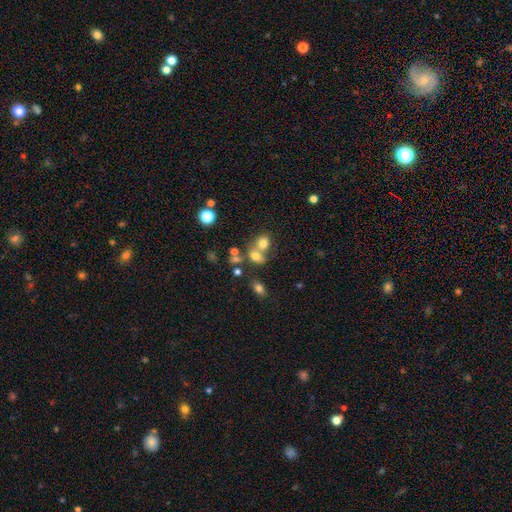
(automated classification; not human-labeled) Q: Smooth or featured?
A: smooth (70%); runner-up: star or artifact (15%)
Q: How rounded?
A: round (51%); runner-up: in between (48%)
Q: Merging?
A: merger (53%); runner-up: none (34%)